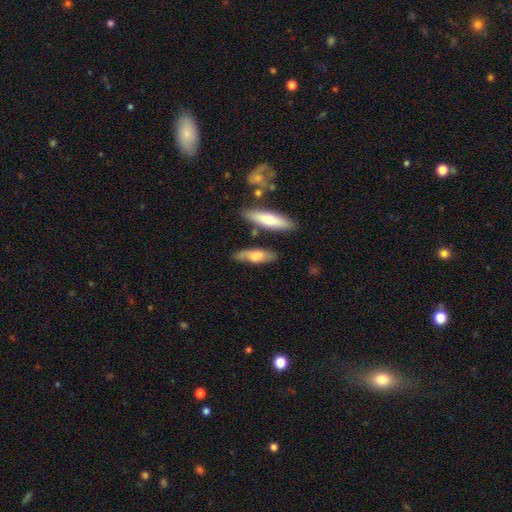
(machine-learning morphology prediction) Smooth or featured? Predicted: smooth (p=0.58). How rounded? Predicted: in between (p=0.54). Merging? Predicted: none (p=0.70).